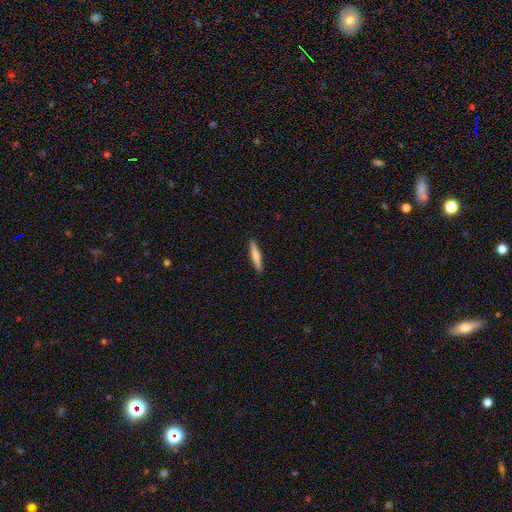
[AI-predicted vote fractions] Q: Smooth or featured?
A: smooth (72%); runner-up: featured or disk (23%)
Q: How rounded?
A: cigar-shaped (90%); runner-up: in between (8%)
Q: Merging?
A: none (91%); runner-up: minor disturbance (7%)